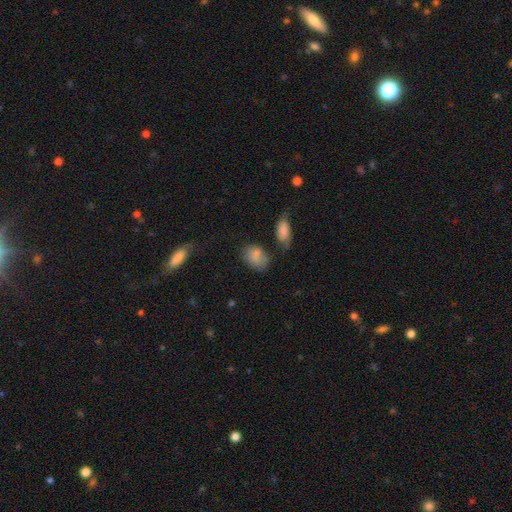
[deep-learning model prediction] Smooth or featured? smooth (82%)
How rounded? in between (79%)
Merging? none (56%)